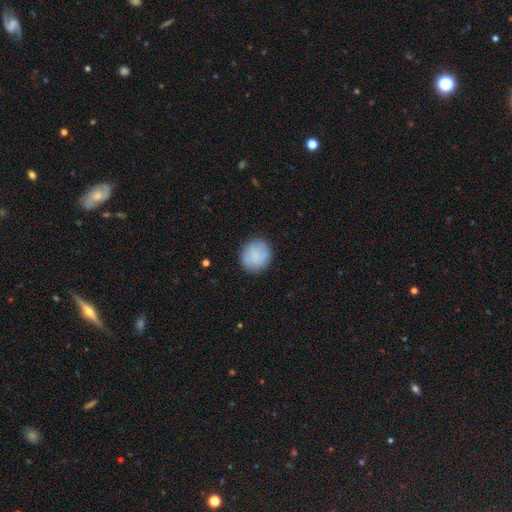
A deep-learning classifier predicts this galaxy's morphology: smooth_or_featured: smooth (p=0.86) [alt: featured or disk p=0.07]
how_rounded: round (p=0.87) [alt: in between p=0.12]
merging: none (p=0.87) [alt: minor disturbance p=0.09]